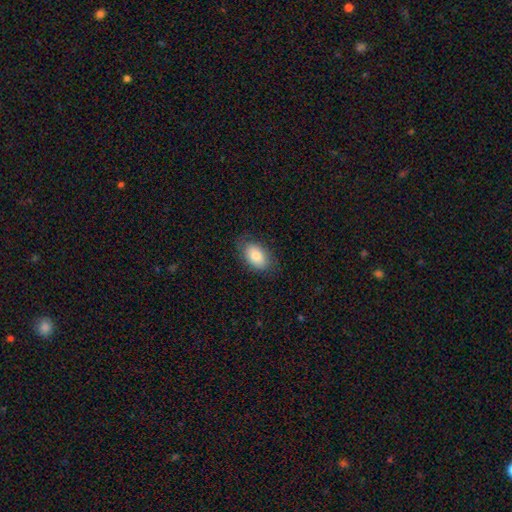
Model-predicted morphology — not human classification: A smooth galaxy with no disk features (81%) that is in between round and cigar-shaped (90%).

Vote fractions:
- Smooth or featured? smooth: 81% / featured or disk: 12% / star or artifact: 7%
- How rounded? in between: 90% / round: 9% / cigar-shaped: 1%
- Merging? none: 77% / minor disturbance: 17% / major disturbance: 5% / merger: 1%